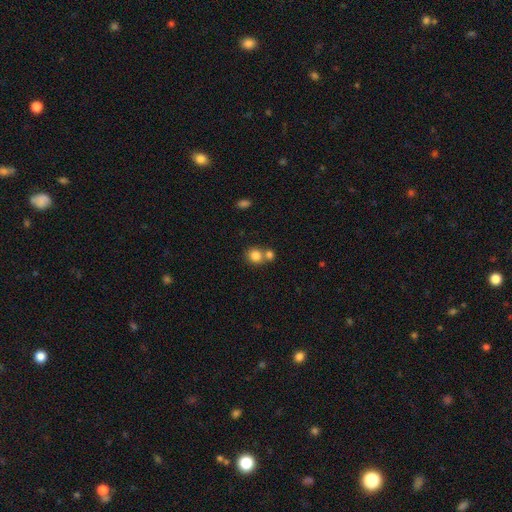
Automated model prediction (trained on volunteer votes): smooth 82%, star or artifact 10%, featured or disk 7%. Down the decision tree: how rounded — round (83%); merging — none (50%).